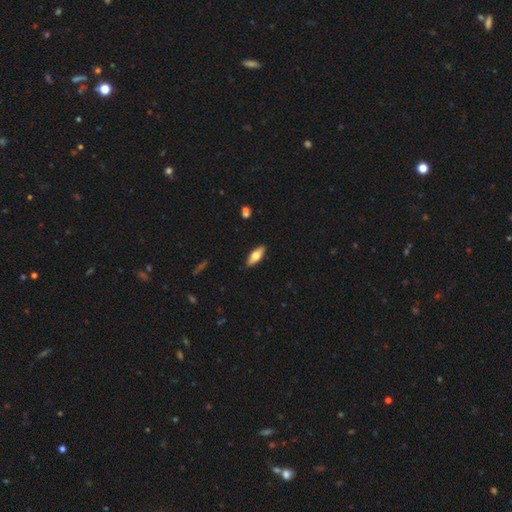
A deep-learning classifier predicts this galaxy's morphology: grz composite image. It shows a smooth galaxy with no disk features (61%) that is in between round and cigar-shaped (66%). Merging: none (89%).